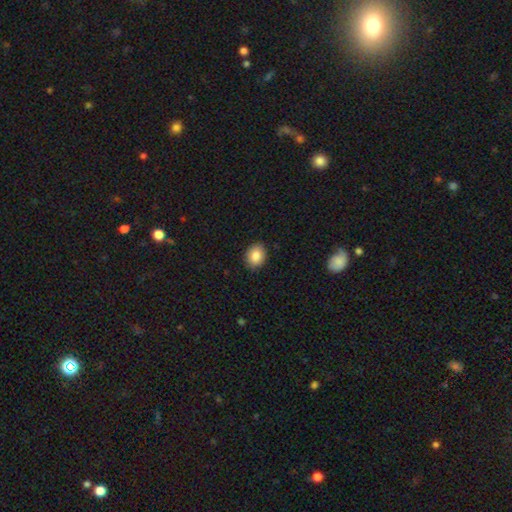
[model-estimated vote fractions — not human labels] This is clearly a smooth galaxy (86%). How rounded: possibly in between (54%). Merging: clearly none (89%).